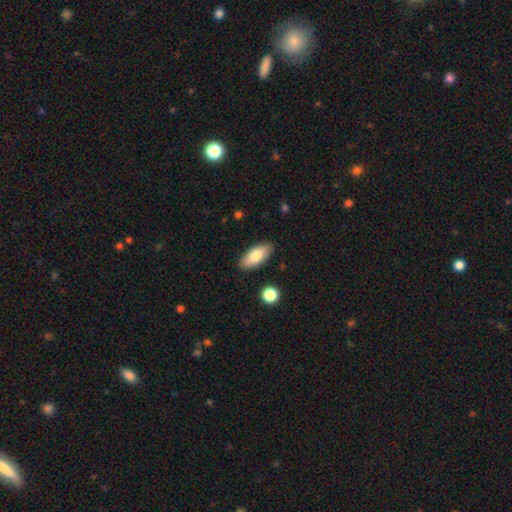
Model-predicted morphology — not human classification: Smooth or featured? smooth (79%)
How rounded? in between (84%)
Merging? none (88%)